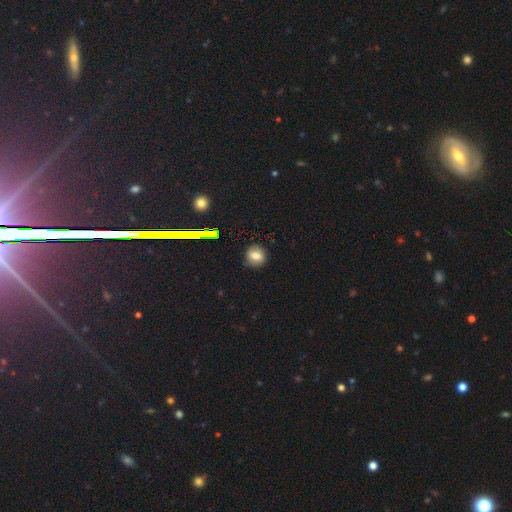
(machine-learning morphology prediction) smooth-or-featured: smooth: 71% | star or artifact: 15% | featured or disk: 13%
  how-rounded: round: 77% | in between: 22% | cigar-shaped: 1%
  merging: none: 84% | minor disturbance: 12% | major disturbance: 3% | merger: 1%